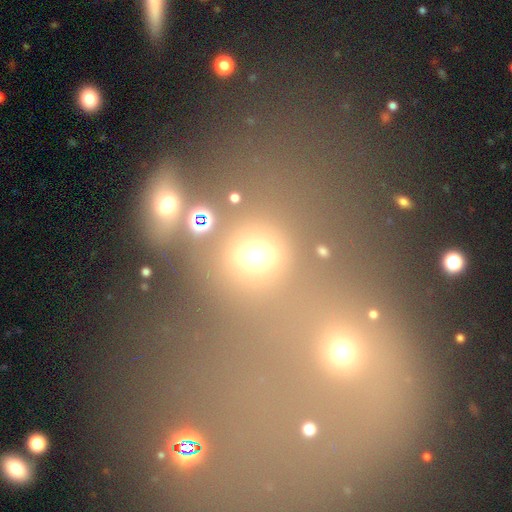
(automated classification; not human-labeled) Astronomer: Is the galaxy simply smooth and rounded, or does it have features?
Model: smooth — 65%.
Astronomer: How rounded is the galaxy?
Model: round — 66%.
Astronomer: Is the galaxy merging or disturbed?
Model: none — 47% (runner-up: merger, 36%).